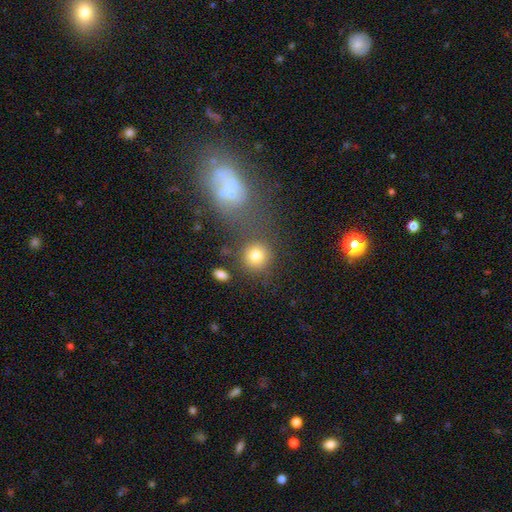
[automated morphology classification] smooth 80%, star or artifact 11%, featured or disk 9%. Down the decision tree: how rounded — round (87%); merging — none (72%).